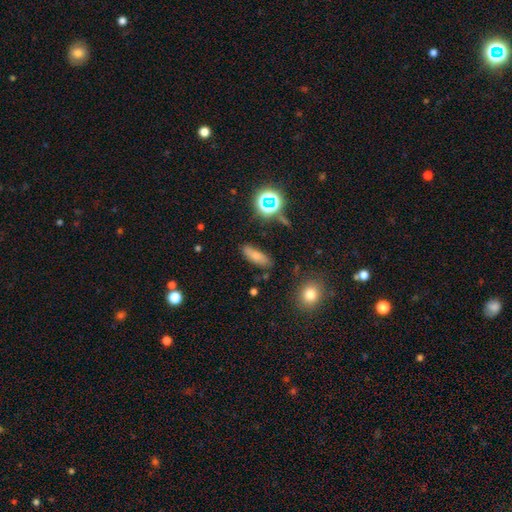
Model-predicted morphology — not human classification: smooth_or_featured: smooth (p=0.69) [alt: star or artifact p=0.15]
how_rounded: in between (p=0.60) [alt: cigar-shaped p=0.35]
merging: none (p=0.77) [alt: minor disturbance p=0.15]